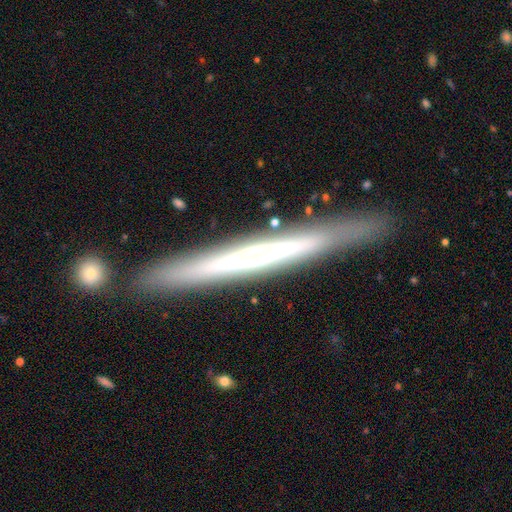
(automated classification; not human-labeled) Q: Smooth or featured?
A: featured or disk (66%); runner-up: smooth (28%)
Q: Edge-on disk?
A: yes (95%); runner-up: no (5%)
Q: Edge-on bulge?
A: none (56%); runner-up: rounded (38%)
Q: Merging?
A: none (87%); runner-up: minor disturbance (8%)